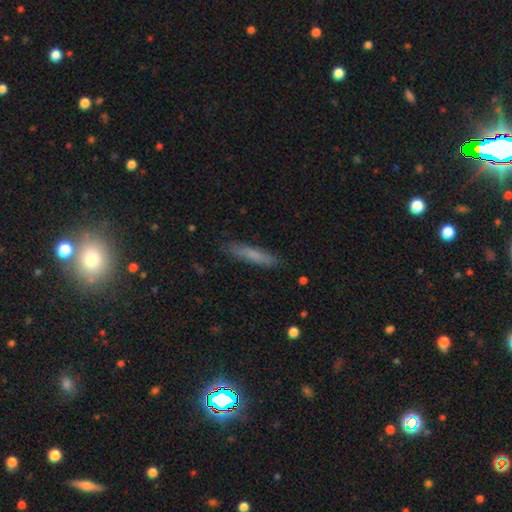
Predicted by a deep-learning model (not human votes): smooth_or_featured: smooth (p=0.76) [alt: featured or disk p=0.18]
how_rounded: cigar-shaped (p=0.88) [alt: in between p=0.11]
merging: none (p=0.85) [alt: minor disturbance p=0.11]